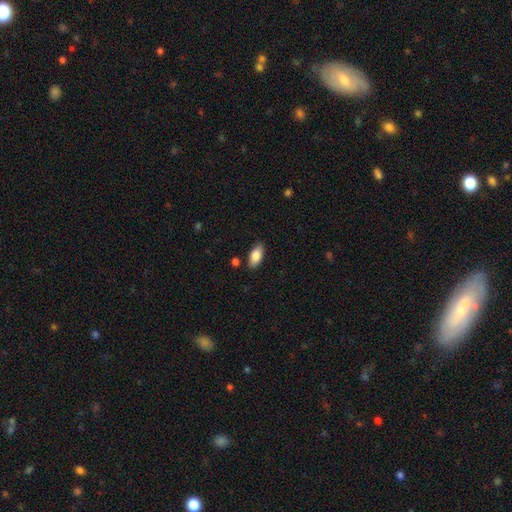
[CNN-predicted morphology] type=smooth (84%); roundness=in between (91%); merging=none (86%).